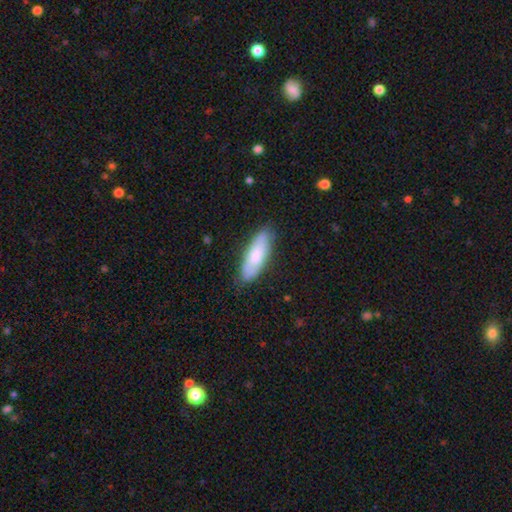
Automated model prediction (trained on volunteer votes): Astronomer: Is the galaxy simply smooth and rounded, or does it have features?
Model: smooth — 74%.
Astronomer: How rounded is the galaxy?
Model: in between — 57% (runner-up: cigar-shaped, 41%).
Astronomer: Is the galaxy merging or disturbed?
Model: none — 81%.